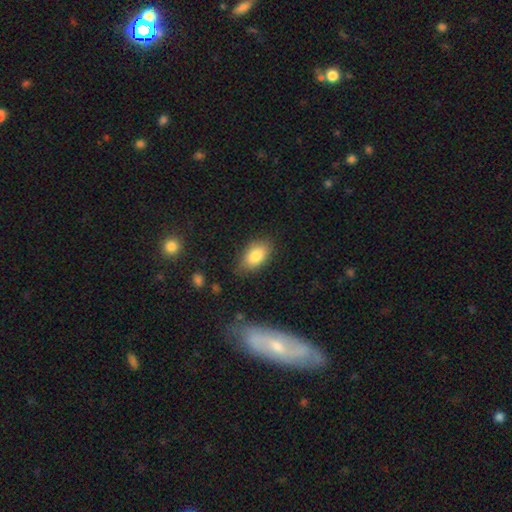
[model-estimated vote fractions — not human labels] A smooth galaxy with no disk features (83%) that is in between round and cigar-shaped (92%).

Vote fractions:
- Smooth or featured? smooth: 83% / featured or disk: 10% / star or artifact: 7%
- How rounded? in between: 92% / round: 6% / cigar-shaped: 2%
- Merging? none: 79% / minor disturbance: 16% / major disturbance: 3% / merger: 1%